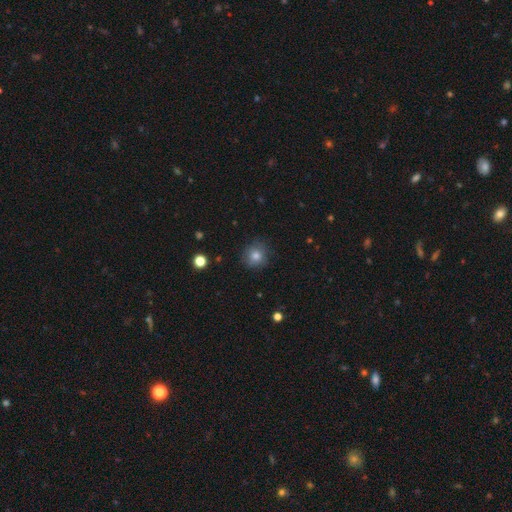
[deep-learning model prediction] Q: Smooth or featured?
A: smooth (78%); runner-up: star or artifact (12%)
Q: How rounded?
A: round (89%); runner-up: in between (10%)
Q: Merging?
A: none (82%); runner-up: minor disturbance (13%)